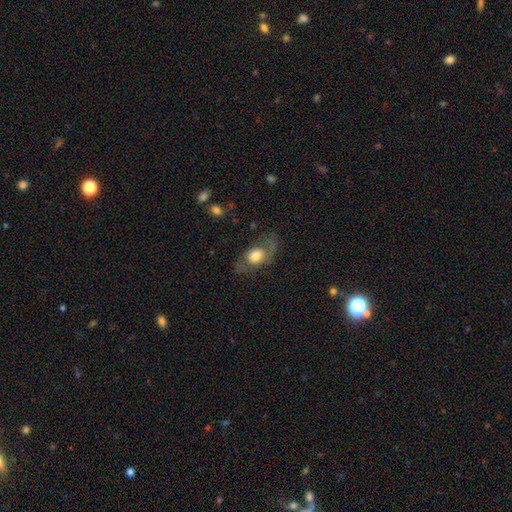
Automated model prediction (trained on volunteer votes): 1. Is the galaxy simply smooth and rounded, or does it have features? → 56% smooth, 37% featured or disk, 7% star or artifact.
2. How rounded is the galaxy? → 71% in between, 27% round, 3% cigar-shaped.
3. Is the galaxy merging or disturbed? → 60% none, 21% minor disturbance, 17% major disturbance, 2% merger.